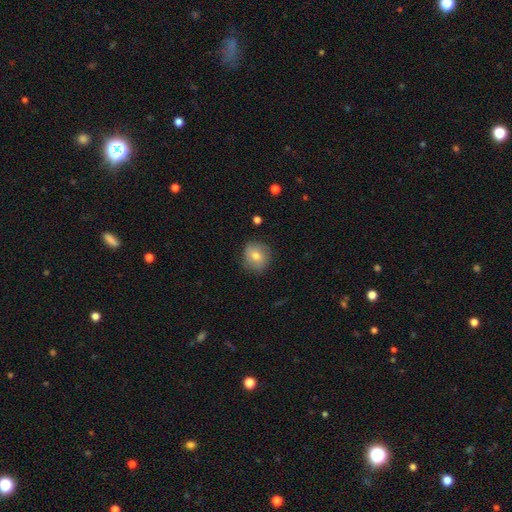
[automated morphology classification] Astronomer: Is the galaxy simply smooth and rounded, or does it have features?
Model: smooth — 72%.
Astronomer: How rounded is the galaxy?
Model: round — 83%.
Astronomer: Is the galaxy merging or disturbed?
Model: none — 81%.